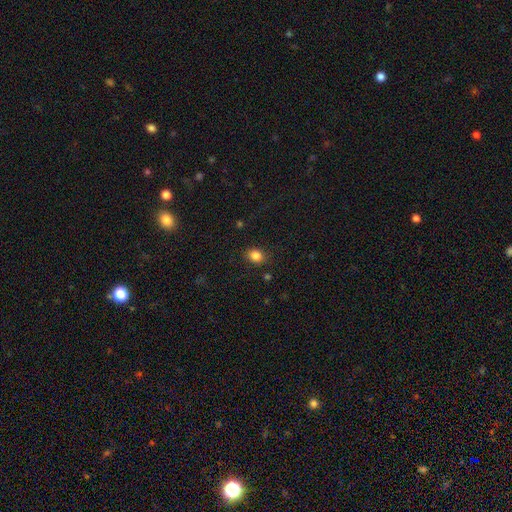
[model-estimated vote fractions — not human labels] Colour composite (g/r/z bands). It shows a smooth galaxy with no disk features (84%) that is in between round and cigar-shaped (50%). Merging: none (86%).